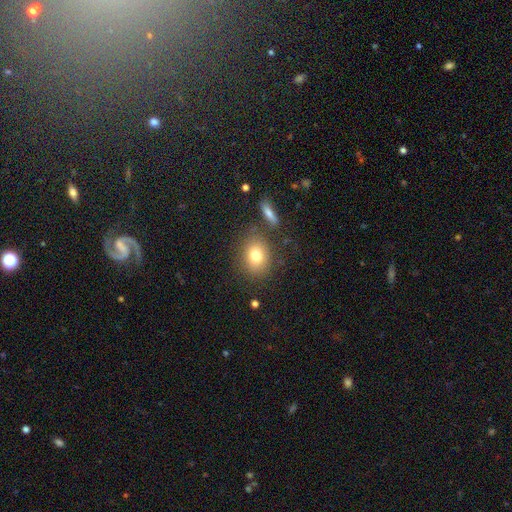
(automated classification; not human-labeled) Smooth or featured? Predicted: smooth (p=0.78). How rounded? Predicted: in between (p=0.52). Merging? Predicted: none (p=0.78).